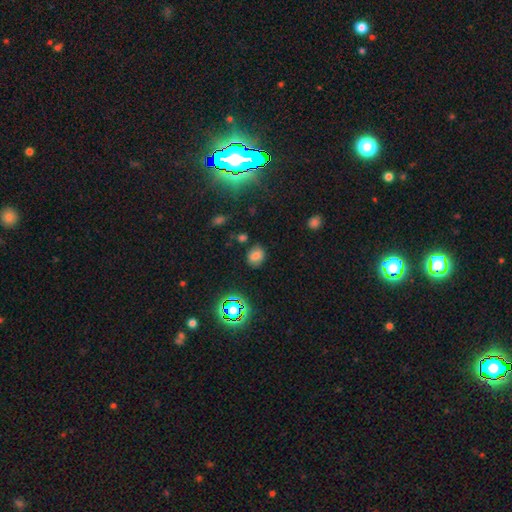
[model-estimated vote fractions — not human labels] Smooth or featured? Predicted: smooth (p=0.72). How rounded? Predicted: round (p=0.56). Merging? Predicted: none (p=0.81).